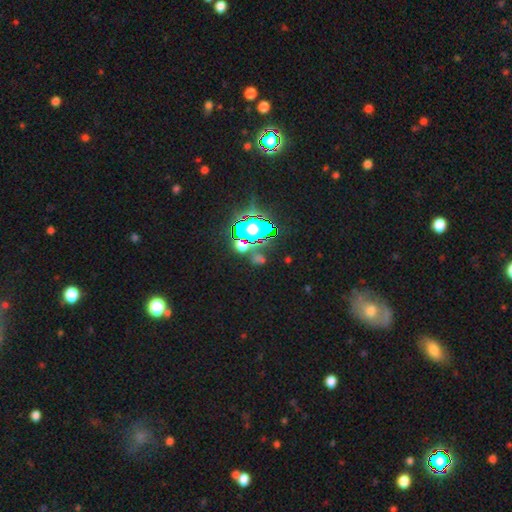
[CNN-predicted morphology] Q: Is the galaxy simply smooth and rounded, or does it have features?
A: star or artifact — 67%.